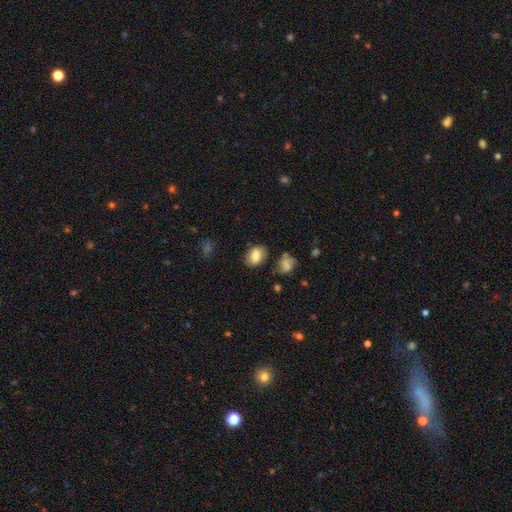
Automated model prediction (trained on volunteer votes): smooth_or_featured: smooth (p=0.80) [alt: featured or disk p=0.12]
how_rounded: in between (p=0.69) [alt: round p=0.29]
merging: none (p=0.77) [alt: minor disturbance p=0.15]